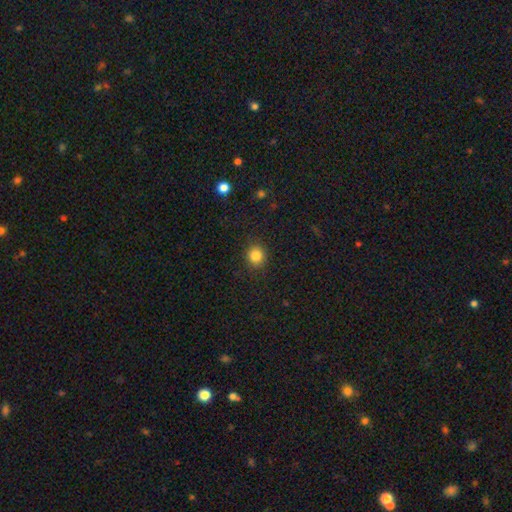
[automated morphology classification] The model was most divided on "how rounded": round: 86%, in between: 13%, cigar-shaped: 1%. More confident: merging — none (89%); smooth or featured — smooth (84%).